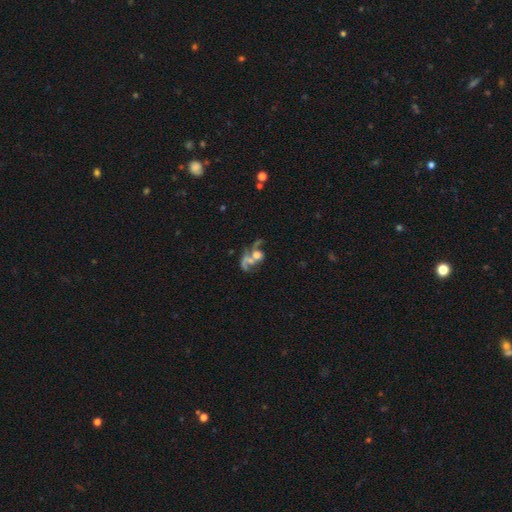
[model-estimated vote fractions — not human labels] Smooth or featured: featured or disk — 46% (smooth — 36%)
Merging: merger — 53% (major disturbance — 22%)